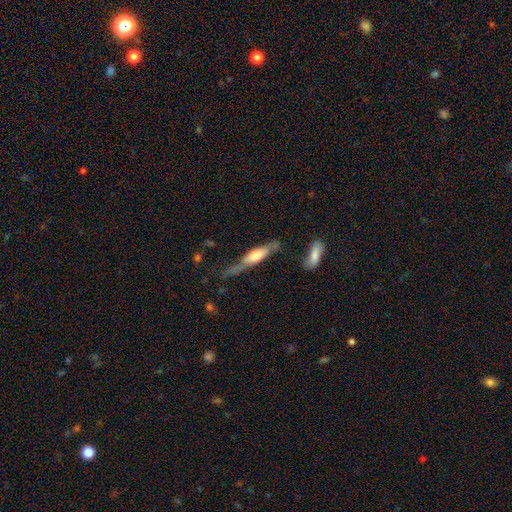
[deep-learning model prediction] smooth-or-featured: smooth: 47% (tied) | featured or disk: 47% (tied) | star or artifact: 6%
  merging: none: 43% | minor disturbance: 28% | major disturbance: 18% | merger: 10%